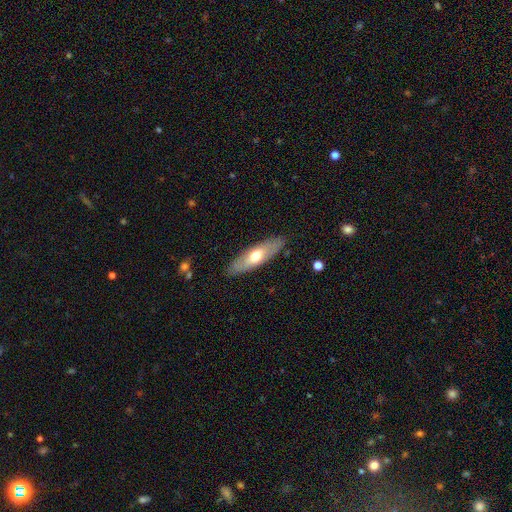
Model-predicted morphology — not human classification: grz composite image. It shows a smooth galaxy with no disk features (55%) that is in between round and cigar-shaped (51%). Merging: none (86%).